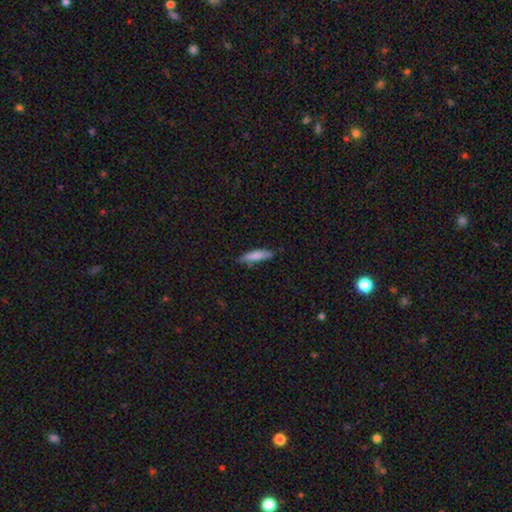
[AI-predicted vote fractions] Overall: smooth (82%). How rounded: cigar-shaped (74%). Merging: none (74%).